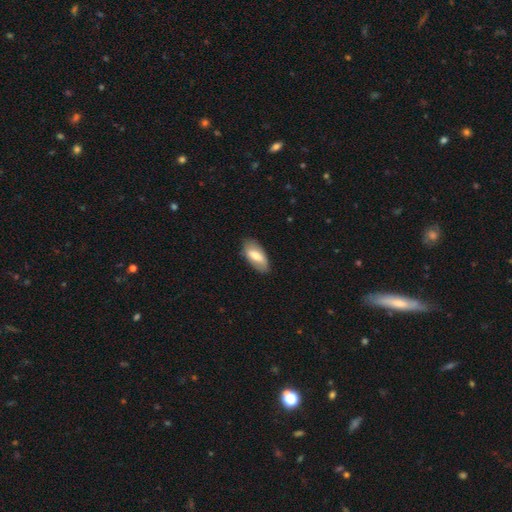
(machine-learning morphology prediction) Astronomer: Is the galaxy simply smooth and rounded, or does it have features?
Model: smooth — 68%.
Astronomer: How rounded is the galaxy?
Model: in between — 88%.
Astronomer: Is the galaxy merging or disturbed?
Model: none — 79%.